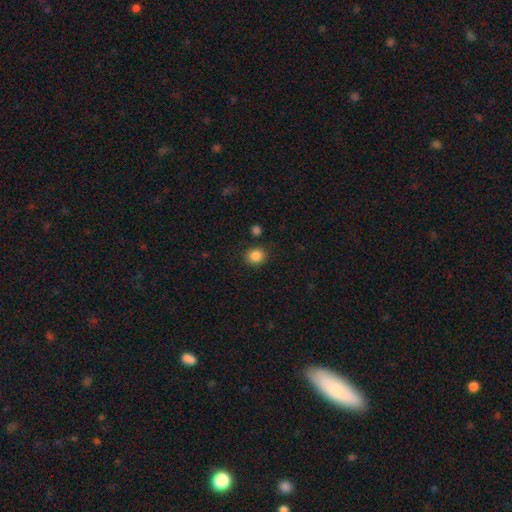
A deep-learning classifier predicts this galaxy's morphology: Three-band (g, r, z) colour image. It shows a smooth galaxy with no disk features (86%) that is round (69%). Merging: none (86%).